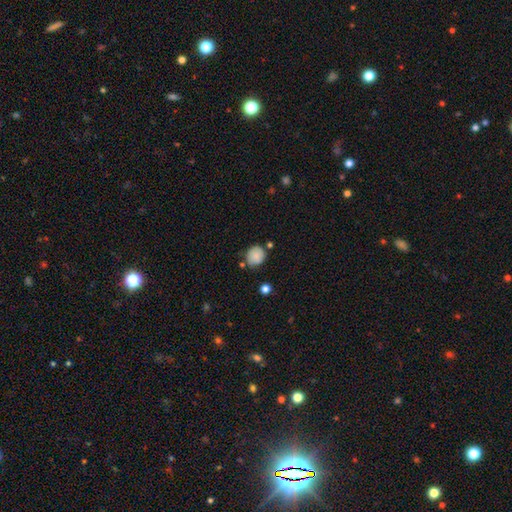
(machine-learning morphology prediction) This appears to be a smooth galaxy with no disk features (82%) that is round (77%). Merging: none (70%).